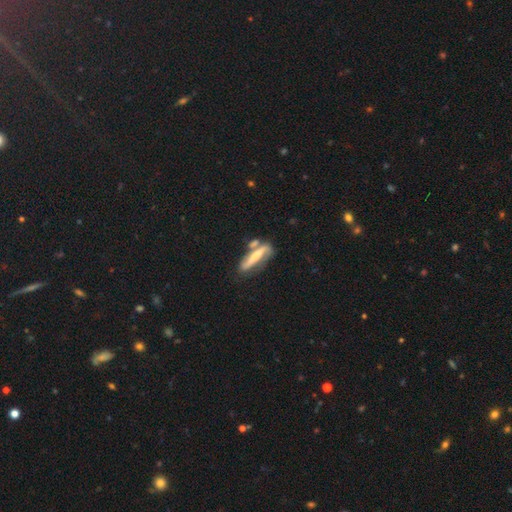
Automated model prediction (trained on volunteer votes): A featured or disk galaxy (50%).

Vote fractions:
- Smooth or featured? featured or disk: 50% / smooth: 44% / star or artifact: 6%
- Merging? none: 45% / merger: 26% / minor disturbance: 19% / major disturbance: 10%